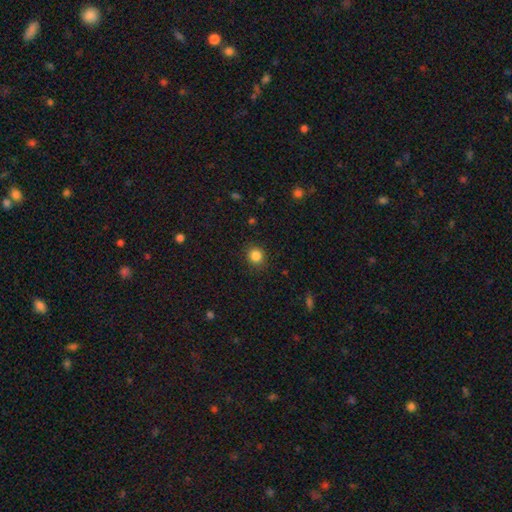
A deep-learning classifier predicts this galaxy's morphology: Smooth or featured? smooth (85%)
How rounded? round (85%)
Merging? none (89%)